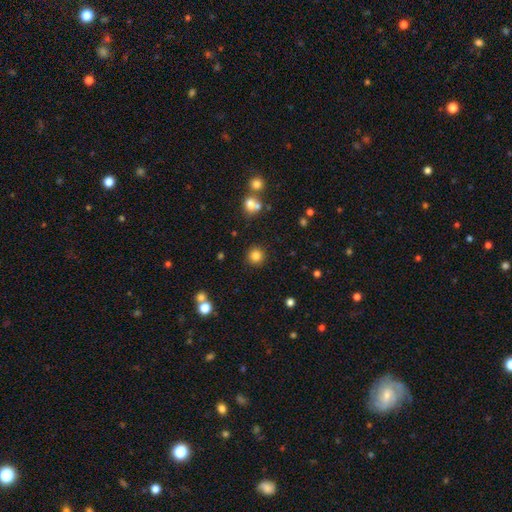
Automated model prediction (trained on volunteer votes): Overall: smooth (83%). How rounded: round (94%). Merging: none (89%).